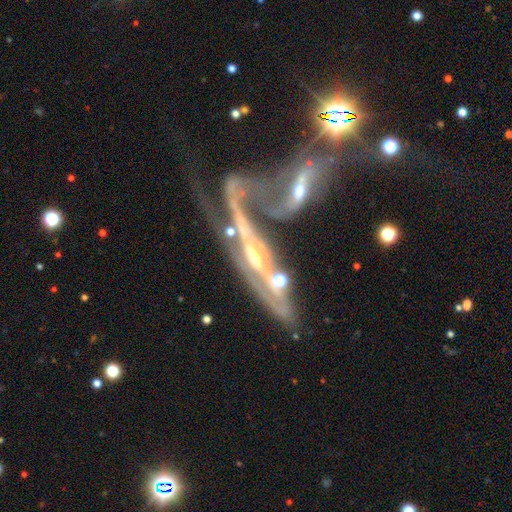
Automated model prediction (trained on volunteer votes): smooth_or_featured: featured or disk (p=0.78) [alt: smooth p=0.11]
disk_edge_on: no (p=0.54) [alt: yes p=0.46]
merging: merger (p=0.52) [alt: none p=0.19]